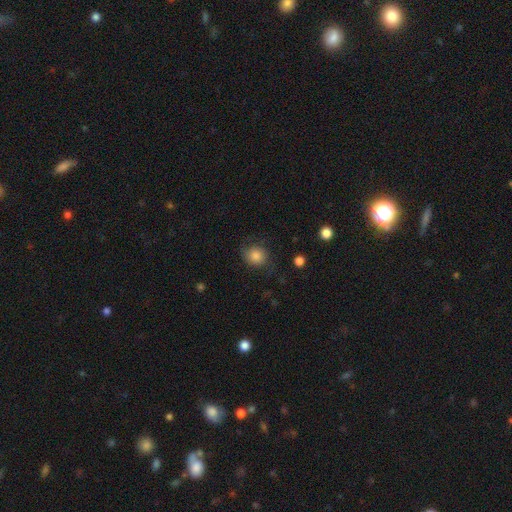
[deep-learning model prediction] The model was most divided on "merging": none: 73%, minor disturbance: 18%, major disturbance: 8%, merger: 1%. More confident: smooth or featured — smooth (82%); how rounded — round (79%).